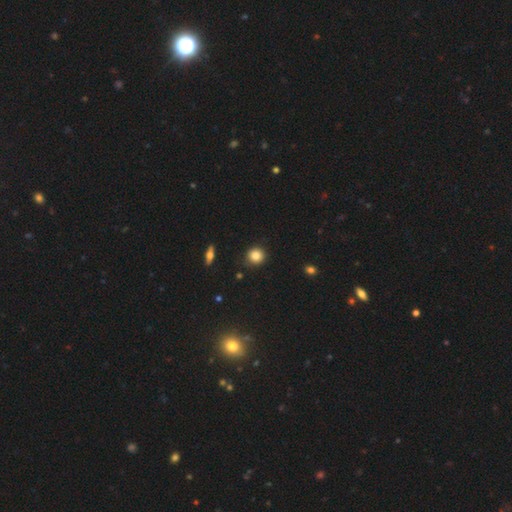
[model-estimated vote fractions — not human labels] Smooth or featured? smooth (85%)
How rounded? round (91%)
Merging? none (86%)